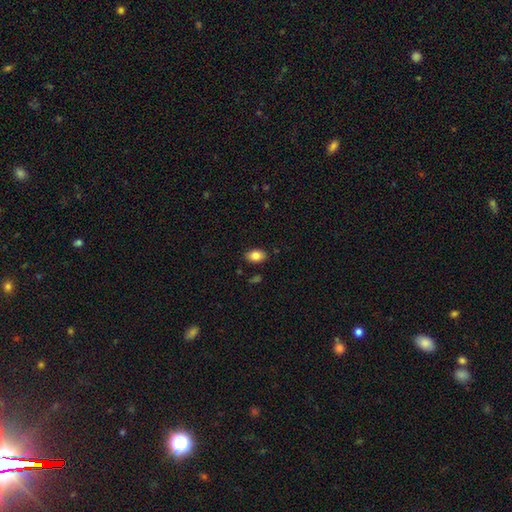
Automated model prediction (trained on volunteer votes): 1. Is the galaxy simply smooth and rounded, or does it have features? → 84% smooth, 8% star or artifact, 8% featured or disk.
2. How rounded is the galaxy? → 86% in between, 13% round, 1% cigar-shaped.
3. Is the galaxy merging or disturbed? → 86% none, 10% minor disturbance, 2% major disturbance, 2% merger.